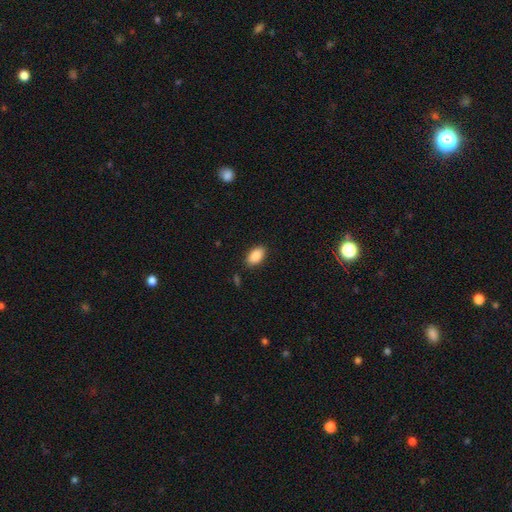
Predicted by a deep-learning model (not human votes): This is clearly a smooth galaxy (87%). How rounded: clearly in between (93%). Merging: clearly none (87%).